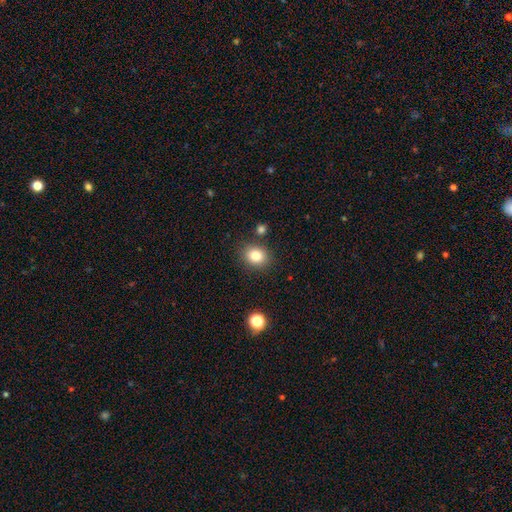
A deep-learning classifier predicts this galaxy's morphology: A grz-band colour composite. It shows a smooth galaxy with no disk features (82%) that is round (61%). Merging: none (83%).